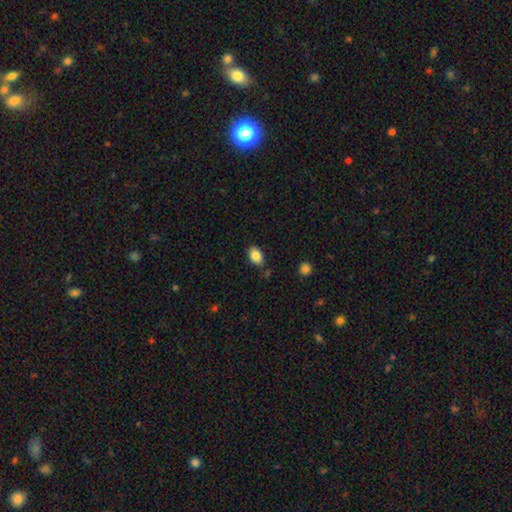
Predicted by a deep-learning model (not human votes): This appears to be a smooth galaxy with no disk features (86%) that is in between round and cigar-shaped (87%). Merging: none (82%).